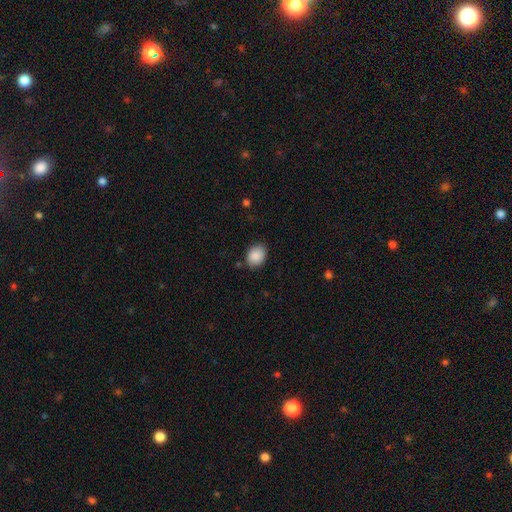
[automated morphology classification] This appears to be a smooth galaxy with no disk features (89%) that is in between round and cigar-shaped (61%). Merging: none (83%).